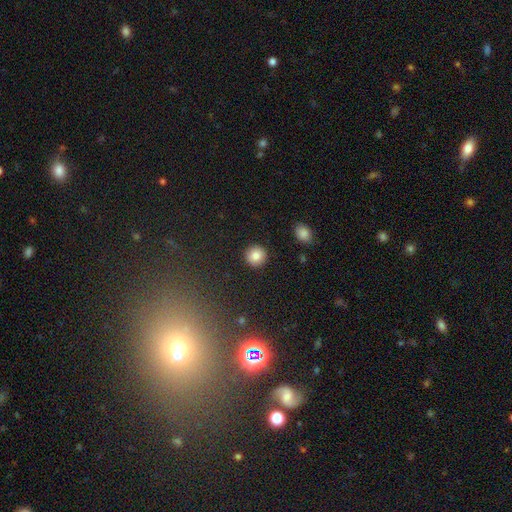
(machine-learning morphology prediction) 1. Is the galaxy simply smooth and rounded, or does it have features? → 84% smooth, 9% star or artifact, 7% featured or disk.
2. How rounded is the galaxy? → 94% round, 5% in between, 1% cigar-shaped.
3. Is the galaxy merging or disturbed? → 92% none, 5% minor disturbance, 2% major disturbance, 1% merger.